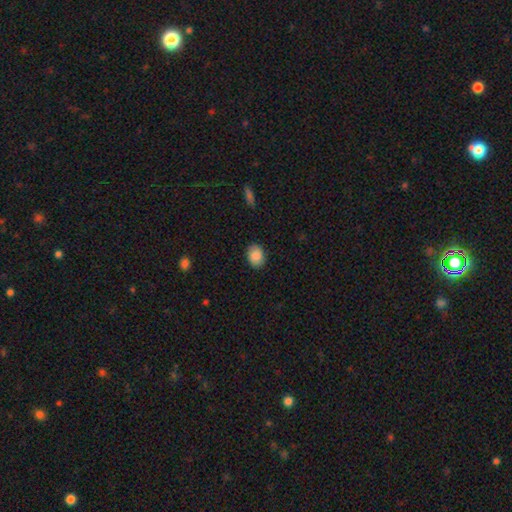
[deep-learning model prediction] smooth_or_featured: smooth (p=0.88) [alt: star or artifact p=0.07]
how_rounded: in between (p=0.66) [alt: round p=0.33]
merging: none (p=0.86) [alt: minor disturbance p=0.10]